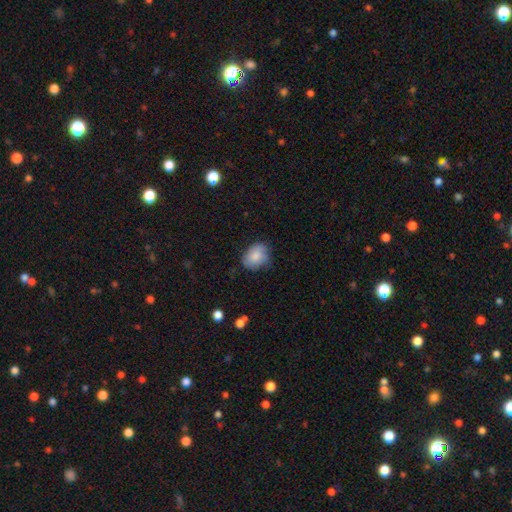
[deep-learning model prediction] Overall: smooth (83%). How rounded: in between (59%; round 41%). Merging: none (68%).